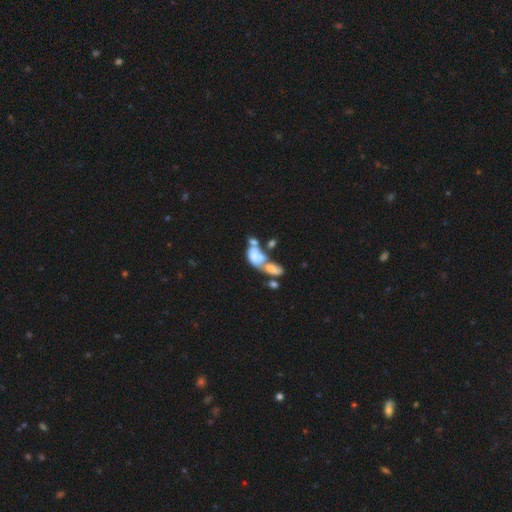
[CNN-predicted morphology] This is possibly a smooth galaxy (51%). How rounded: clearly in between (87%). Merging: likely merger (68%).